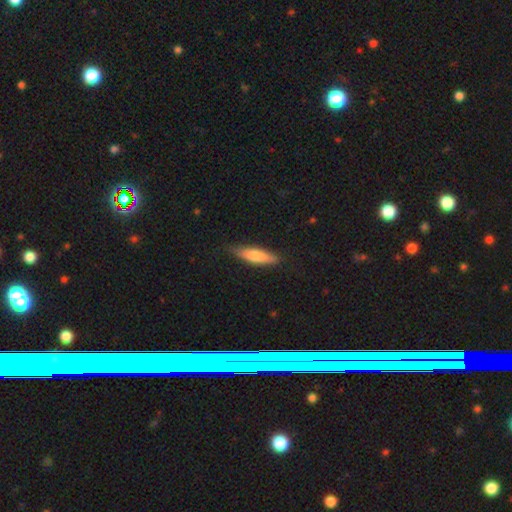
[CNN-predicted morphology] This is likely a smooth galaxy (74%). How rounded: likely cigar-shaped (66%). Merging: likely none (78%).